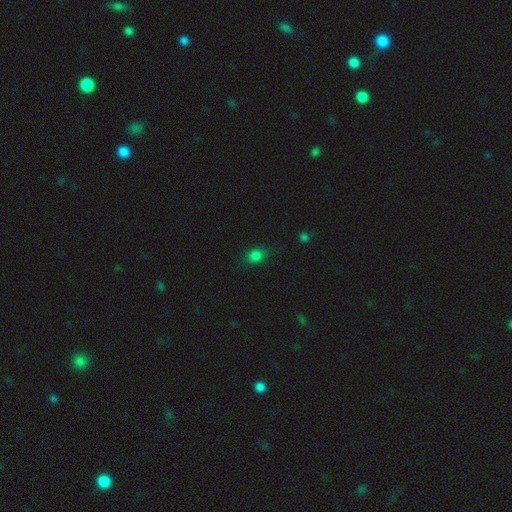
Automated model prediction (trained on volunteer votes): Smooth or featured?
  - smooth: 80% *
  - star or artifact: 16%
  - featured or disk: 4%
How rounded?
  - in between: 52% *
  - round: 47%
  - cigar-shaped: 1%
Merging?
  - none: 81% *
  - minor disturbance: 14%
  - major disturbance: 4%
  - merger: 1%